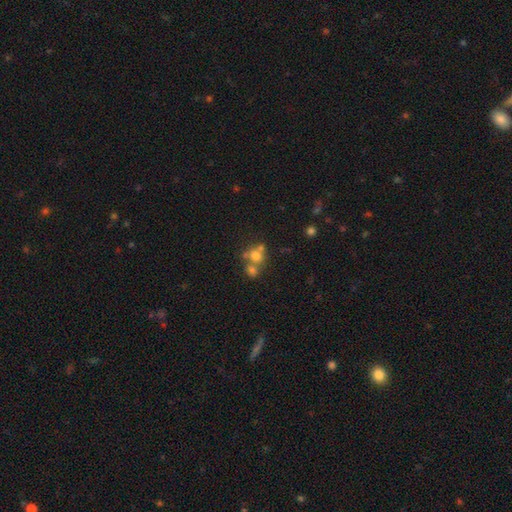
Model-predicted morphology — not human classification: Q: Smooth or featured?
A: smooth (64%); runner-up: featured or disk (19%)
Q: How rounded?
A: round (77%); runner-up: in between (22%)
Q: Merging?
A: merger (48%); runner-up: none (39%)